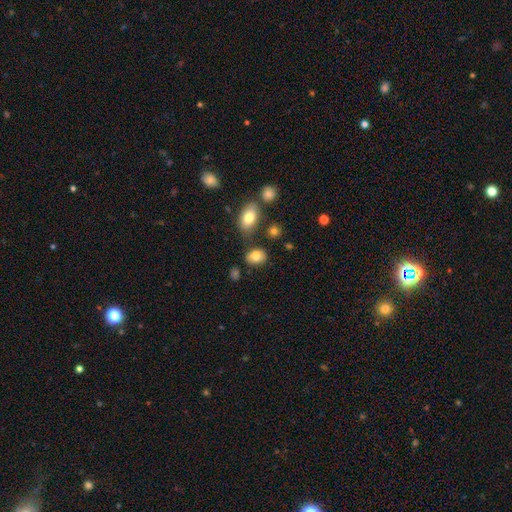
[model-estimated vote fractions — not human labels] Q: Smooth or featured?
A: smooth (81%); runner-up: featured or disk (10%)
Q: How rounded?
A: in between (75%); runner-up: round (23%)
Q: Merging?
A: none (66%); runner-up: minor disturbance (20%)